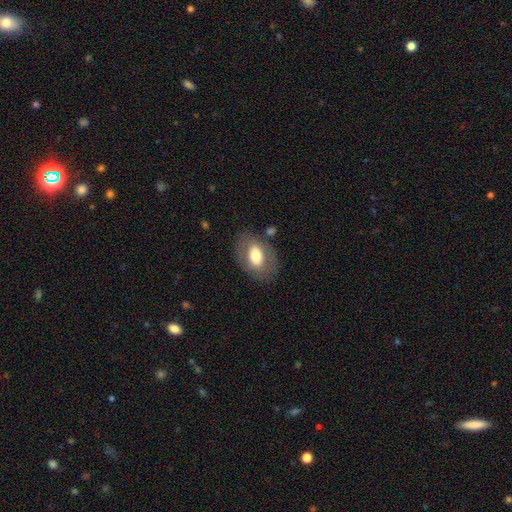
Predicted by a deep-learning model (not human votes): Smooth or featured? smooth (61%)
How rounded? in between (84%)
Merging? none (76%)